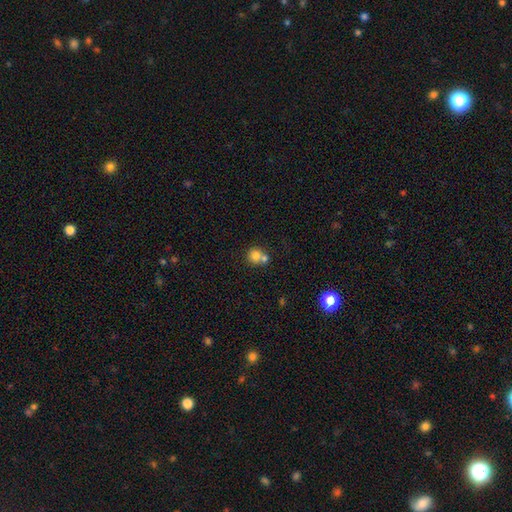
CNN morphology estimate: smooth-or-featured: smooth: 78% | featured or disk: 11% | star or artifact: 11%
  how-rounded: round: 88% | in between: 11% | cigar-shaped: 1%
  merging: merger: 46% | none: 45% | minor disturbance: 7% | major disturbance: 3%